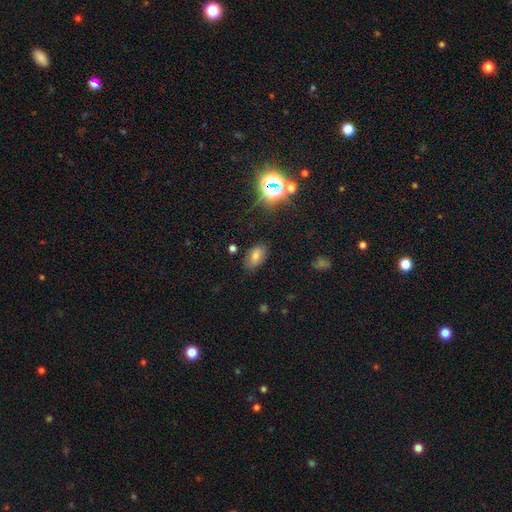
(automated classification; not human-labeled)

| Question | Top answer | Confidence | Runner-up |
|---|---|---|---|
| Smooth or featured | smooth | 68% | star or artifact (18%) |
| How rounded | in between | 90% | round (8%) |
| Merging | none | 79% | minor disturbance (15%) |